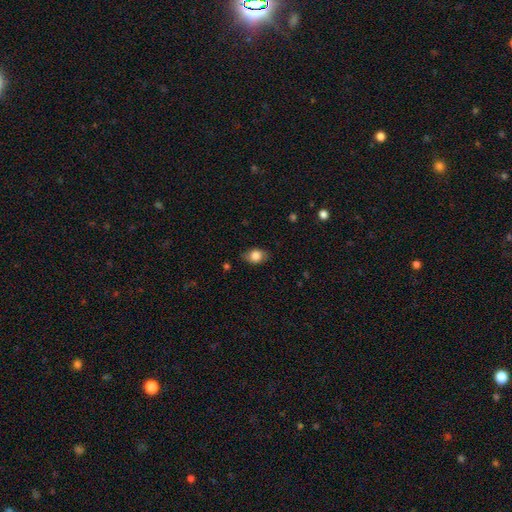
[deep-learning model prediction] This is clearly a smooth galaxy (82%). How rounded: likely in between (76%). Merging: likely none (80%).